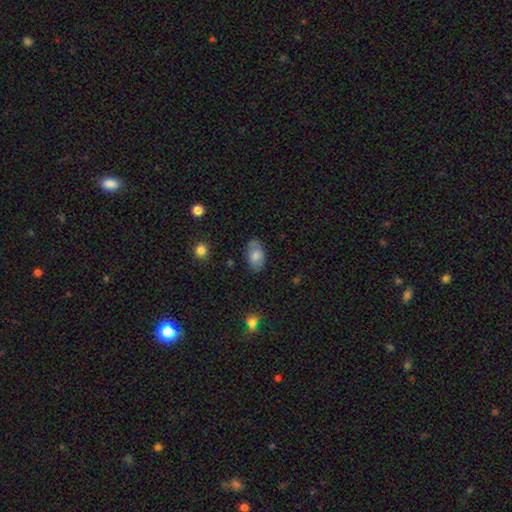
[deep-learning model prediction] A smooth galaxy with no disk features (75%) that is in between round and cigar-shaped (93%). Merging: none (77%).